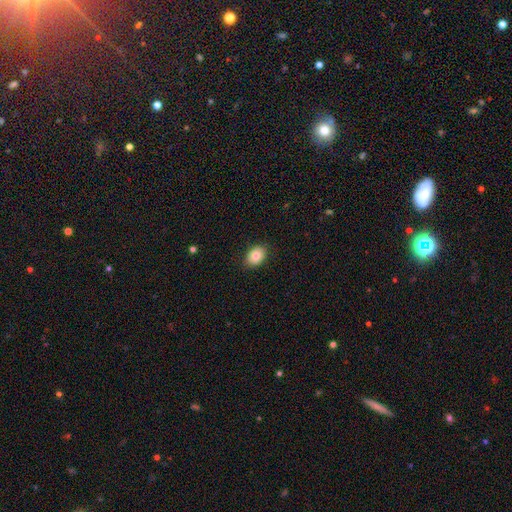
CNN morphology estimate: This appears to be a smooth galaxy with no disk features (83%) that is in between round and cigar-shaped (70%). Merging: none (87%).